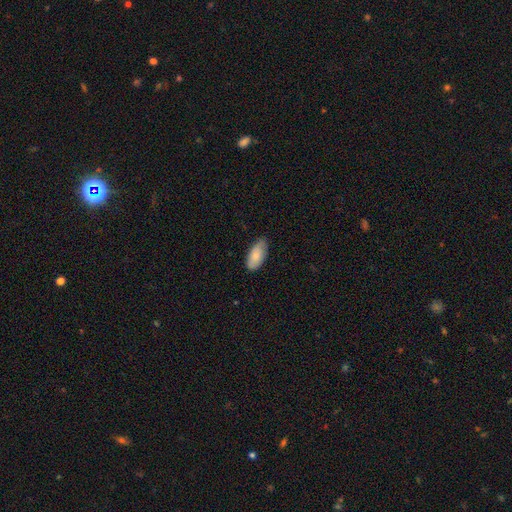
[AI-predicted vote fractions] Morphology: type=smooth (82%); roundness=in between (92%); merging=none (77%).